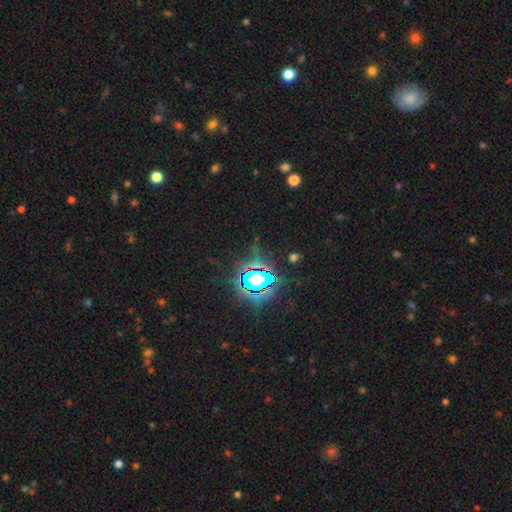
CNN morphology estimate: Q: Smooth or featured?
A: star or artifact (84%); runner-up: smooth (10%)